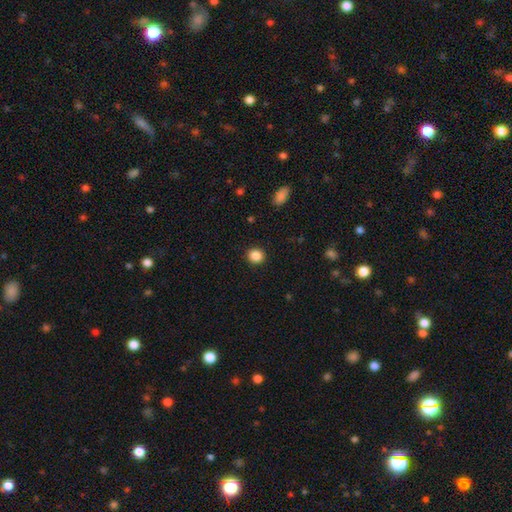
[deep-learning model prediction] This appears to be a smooth galaxy with no disk features (88%) that is round (84%). Merging: none (91%).